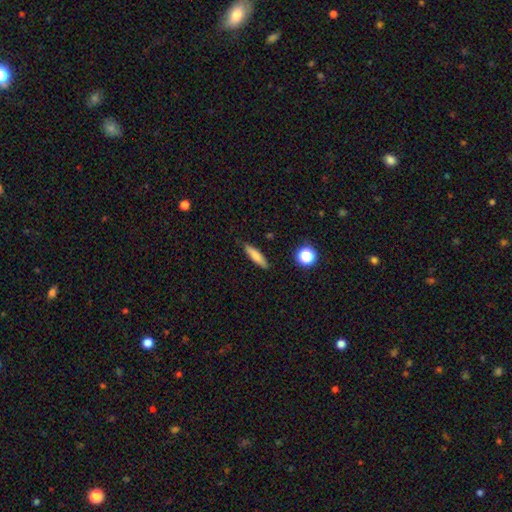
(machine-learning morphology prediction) type=smooth (76%); roundness=cigar-shaped (75%); merging=none (86%).